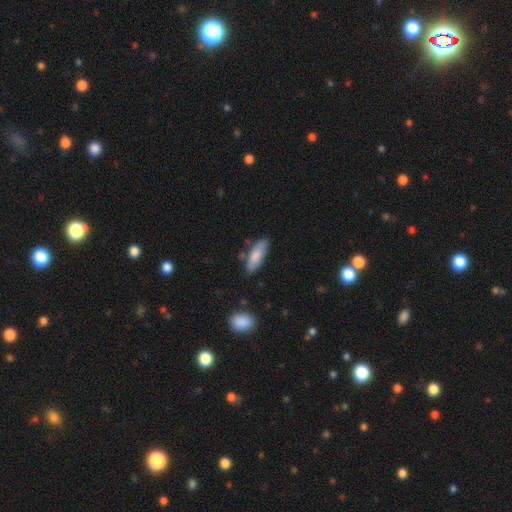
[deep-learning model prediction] Overall: smooth (81%). How rounded: in between (62%; cigar-shaped 36%). Merging: none (75%).